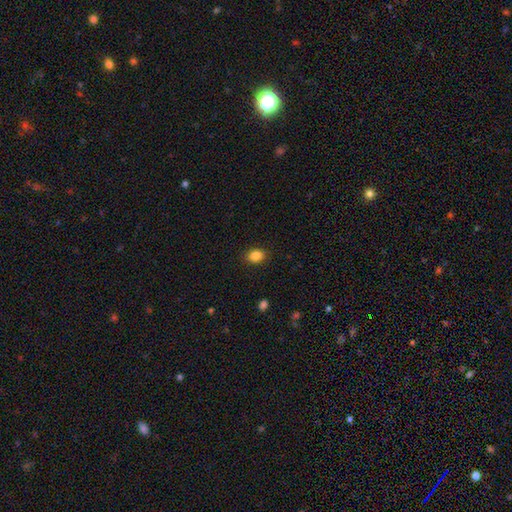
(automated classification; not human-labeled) Smooth or featured?
  - smooth: 86% *
  - star or artifact: 10%
  - featured or disk: 5%
How rounded?
  - in between: 65% *
  - round: 34%
  - cigar-shaped: 1%
Merging?
  - none: 89% *
  - minor disturbance: 8%
  - major disturbance: 2%
  - merger: 1%